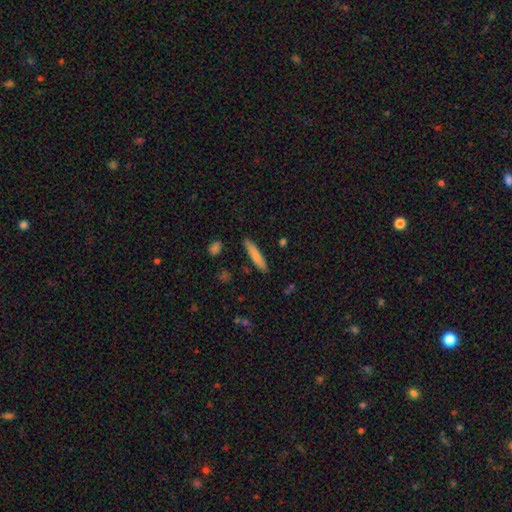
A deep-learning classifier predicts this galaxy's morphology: smooth 78%, featured or disk 16%, star or artifact 6%. Down the decision tree: how rounded — cigar-shaped (87%); merging — none (87%).